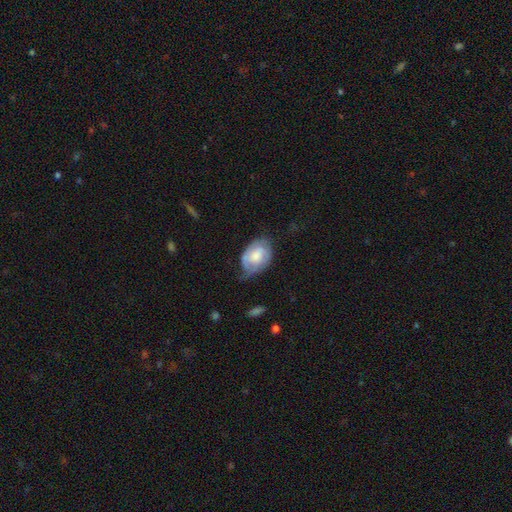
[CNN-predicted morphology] This is possibly a featured or disk galaxy (51%). It is clearly not viewed edge-on (96%). Merging: marginally none (44%).